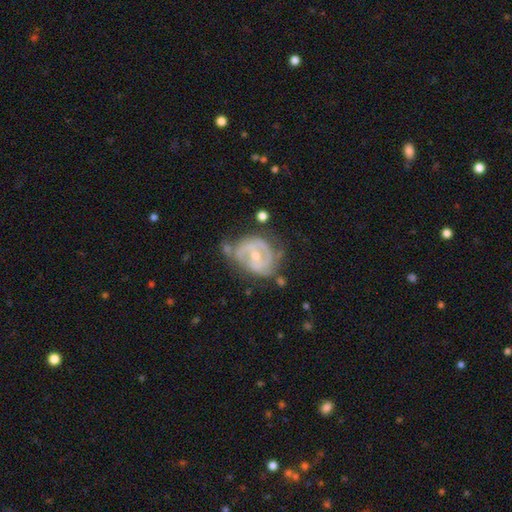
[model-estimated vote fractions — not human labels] smooth-or-featured: featured or disk: 84% | smooth: 11% | star or artifact: 5%
  disk-edge-on: no: 98% | yes: 2%
    bar: weak: 43% | no: 41% | strong: 16%
    has-spiral-arms: yes: 90% | no: 10%
      spiral-winding: tight: 48% | medium: 40% | loose: 12%
      spiral-arm-count: 2: 62% | can't tell: 16% | 3: 12% | 1: 6% | 4: 2% | more than 4: 2%
    bulge-size: small: 52% | moderate: 45% | none: 1% | large: 1% | dominant: 1%
  merging: none: 50% | minor disturbance: 29% | major disturbance: 14% | merger: 7%